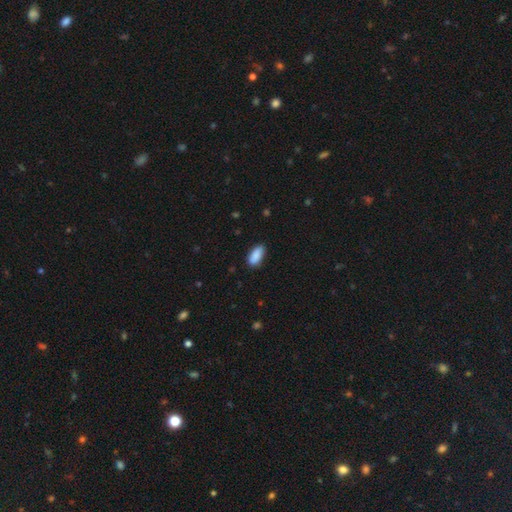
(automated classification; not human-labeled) This is clearly a smooth galaxy (89%). How rounded: clearly in between (88%). Merging: clearly none (81%).